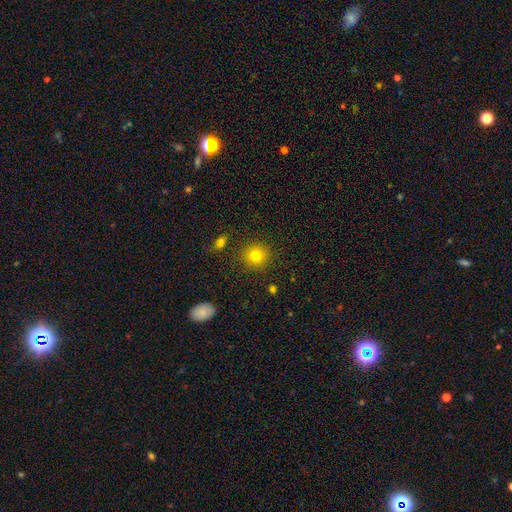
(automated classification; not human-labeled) smooth 80%, star or artifact 13%, featured or disk 7%. Down the decision tree: how rounded — round (92%); merging — none (89%).